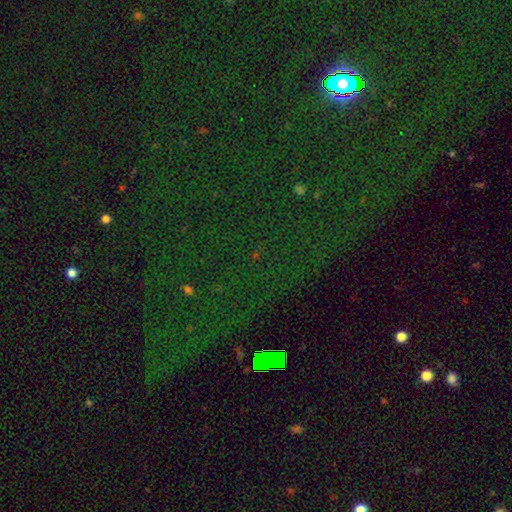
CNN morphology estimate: A star or artifact, not a galaxy (75%).

Vote fractions:
- Smooth or featured? star or artifact: 75% / smooth: 17% / featured or disk: 9%